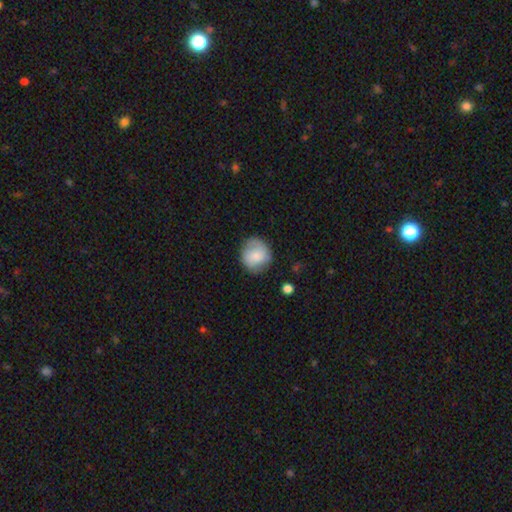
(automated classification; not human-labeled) Overall: smooth (67%). How rounded: round (82%). Merging: none (74%).